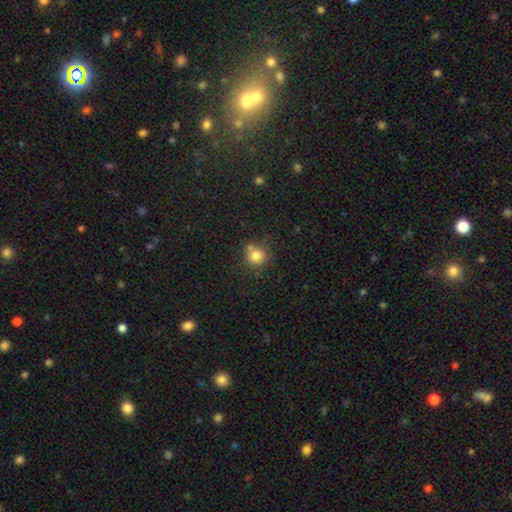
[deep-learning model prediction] smooth-or-featured: smooth: 80% | star or artifact: 12% | featured or disk: 7%
  how-rounded: round: 90% | in between: 9% | cigar-shaped: 1%
  merging: none: 67% | merger: 17% | minor disturbance: 12% | major disturbance: 4%